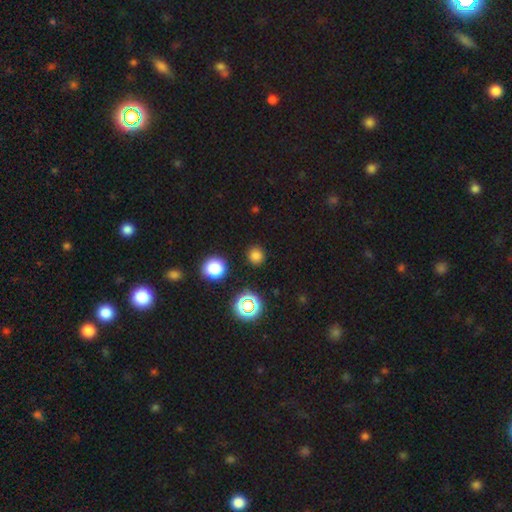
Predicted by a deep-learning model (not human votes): Smooth or featured: smooth — 72% (star or artifact — 23%)
How rounded: round — 92% (in between — 7%)
Merging: none — 89% (minor disturbance — 7%)